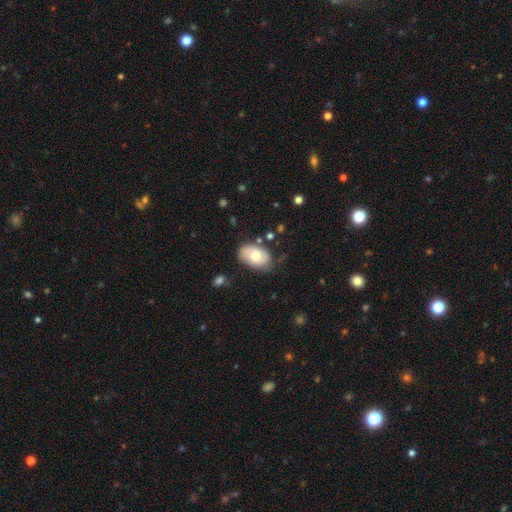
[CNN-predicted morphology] The model was most divided on "smooth or featured": smooth: 61%, featured or disk: 33%, star or artifact: 7%. More confident: how rounded — in between (85%); merging — none (69%).